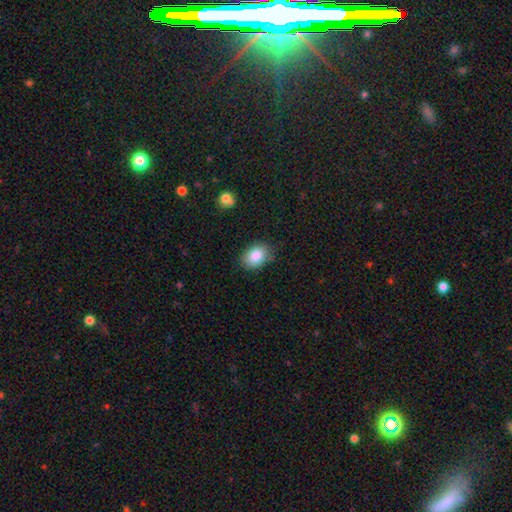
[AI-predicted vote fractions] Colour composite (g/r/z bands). It shows a smooth galaxy with no disk features (86%) that is in between round and cigar-shaped (76%). Merging: none (78%).